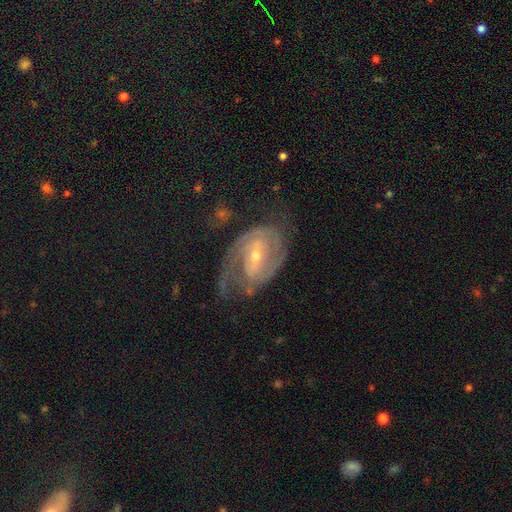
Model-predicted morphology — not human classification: Smooth or featured? featured or disk (87%)
Edge-on disk? no (96%)
Bar? weak (45%)
Spiral arms? yes (95%)
Spiral winding? tight (47%)
Spiral arm count? 2 (71%)
Bulge size? small (62%)
Merging? none (62%)